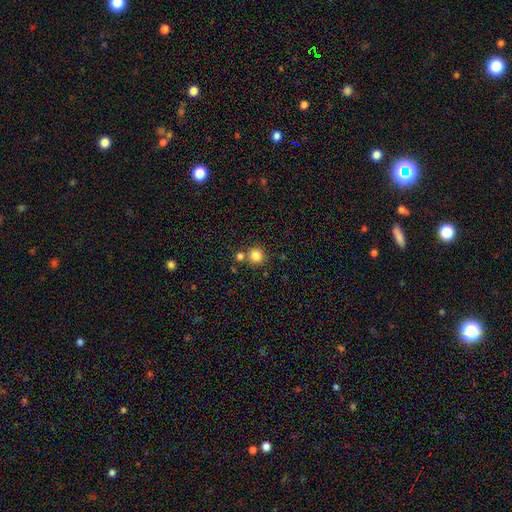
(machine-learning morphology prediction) type=smooth (83%); roundness=round (94%); merging=none (72%).